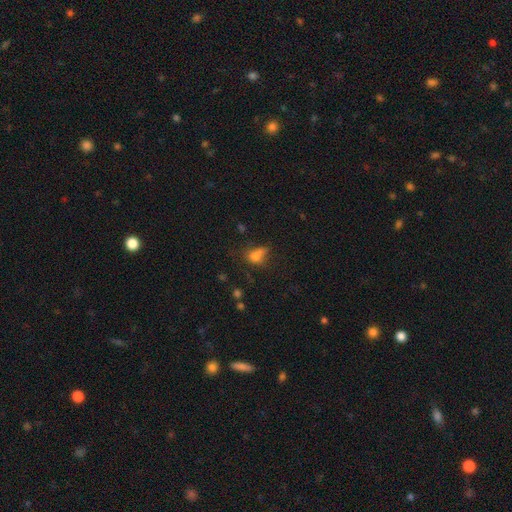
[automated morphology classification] This is likely a smooth galaxy (69%). How rounded: likely in between (67%). Merging: marginally none (34%).